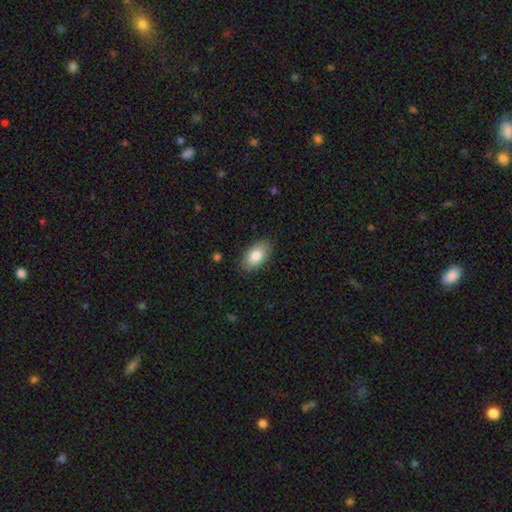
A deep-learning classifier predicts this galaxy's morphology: smooth_or_featured: smooth (p=0.82) [alt: featured or disk p=0.12]
how_rounded: in between (p=0.93) [alt: round p=0.04]
merging: none (p=0.87) [alt: minor disturbance p=0.10]